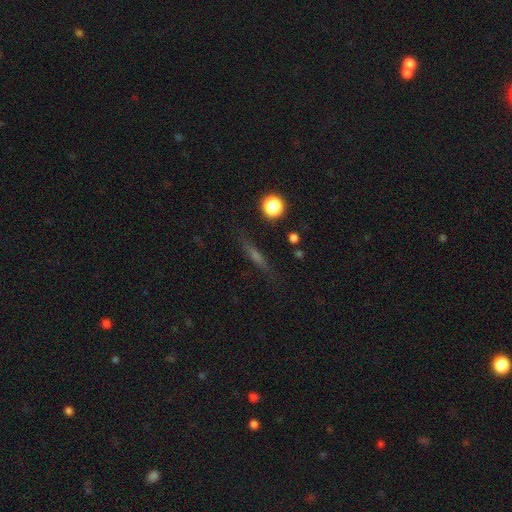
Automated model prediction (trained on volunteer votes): smooth-or-featured: featured or disk: 44% | smooth: 37% | star or artifact: 19%
  merging: none: 85% | minor disturbance: 10% | major disturbance: 3% | merger: 2%